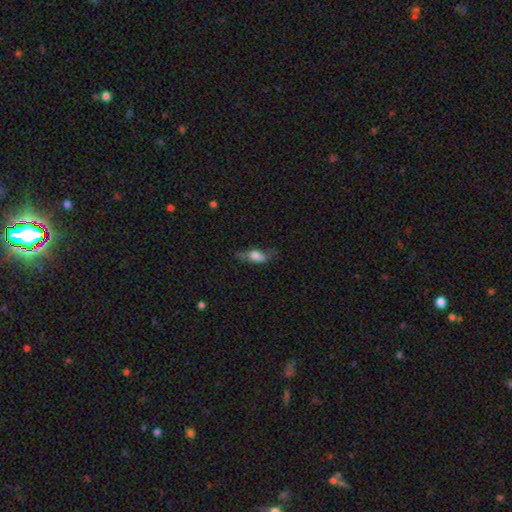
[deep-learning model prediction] This appears to be a smooth galaxy with no disk features (60%) that is in between round and cigar-shaped (69%). Merging: none (49%).